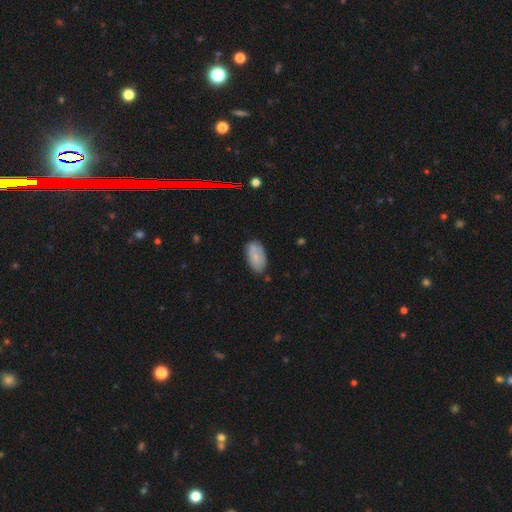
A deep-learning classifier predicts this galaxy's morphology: Overall: smooth (77%). How rounded: in between (94%). Merging: none (72%).